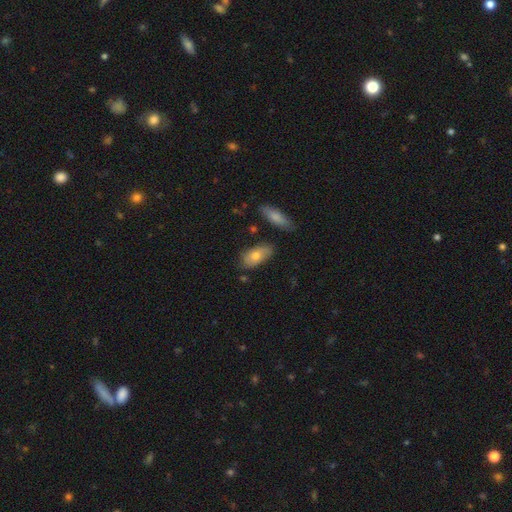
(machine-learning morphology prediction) This appears to be a smooth galaxy with no disk features (72%) that is in between round and cigar-shaped (89%). Merging: none (72%).